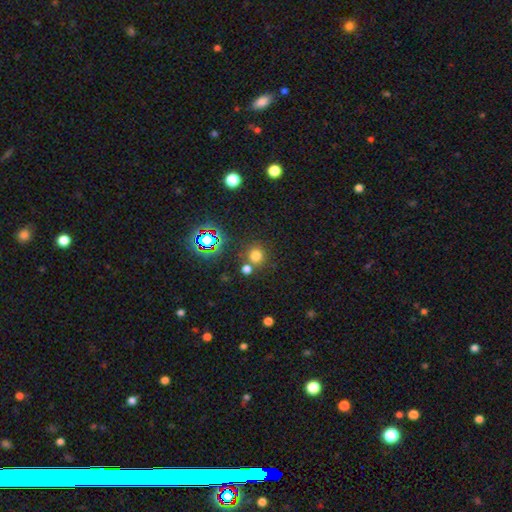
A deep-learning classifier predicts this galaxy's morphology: Overall: smooth (70%). How rounded: round (90%). Merging: none (69%).